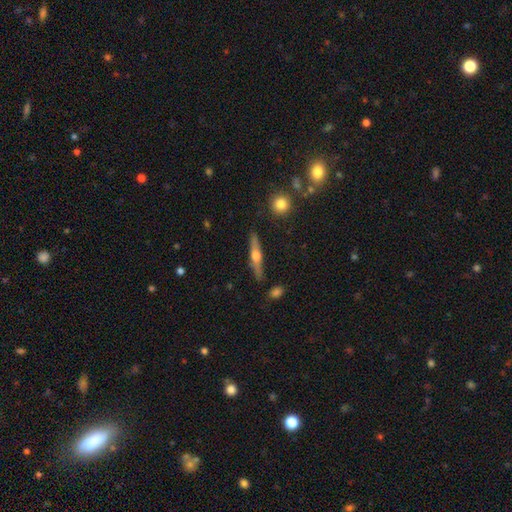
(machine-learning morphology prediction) smooth_or_featured: featured or disk (p=0.64) [alt: smooth p=0.30]
disk_edge_on: yes (p=0.96) [alt: no p=0.04]
edge_on_bulge: rounded (p=0.93) [alt: boxy p=0.04]
merging: none (p=0.87) [alt: minor disturbance p=0.09]